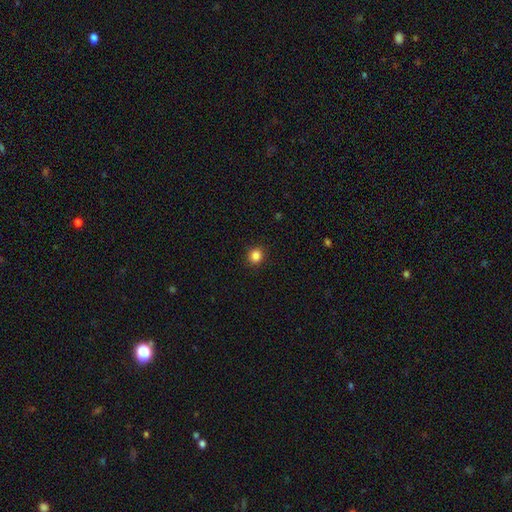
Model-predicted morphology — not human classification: This appears to be a smooth galaxy with no disk features (85%) that is round (84%). Merging: none (91%).